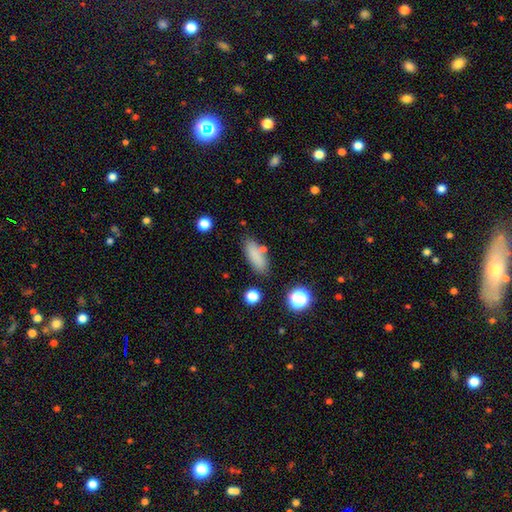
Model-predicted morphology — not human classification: Smooth or featured? smooth (83%)
How rounded? in between (63%)
Merging? none (77%)